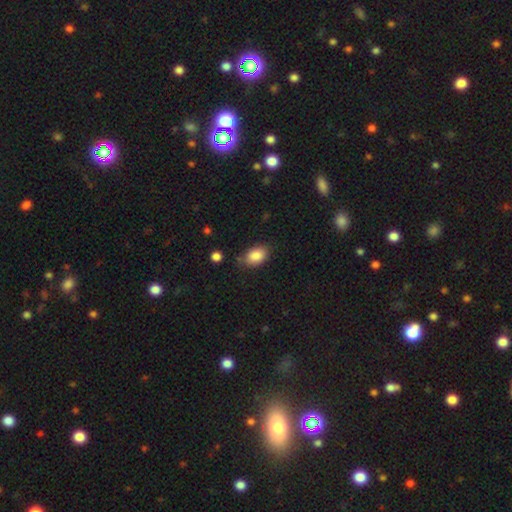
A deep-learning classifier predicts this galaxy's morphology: Smooth or featured: smooth — 87% (star or artifact — 7%)
How rounded: in between — 87% (round — 12%)
Merging: none — 74% (minor disturbance — 19%)